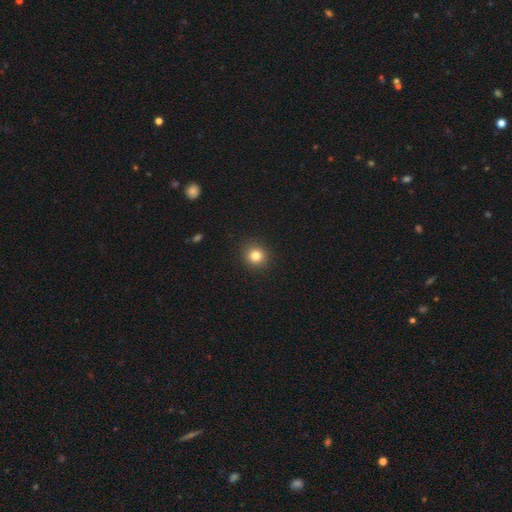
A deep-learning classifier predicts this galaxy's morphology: smooth_or_featured: smooth (p=0.82) [alt: star or artifact p=0.12]
how_rounded: round (p=0.90) [alt: in between p=0.09]
merging: none (p=0.92) [alt: minor disturbance p=0.06]